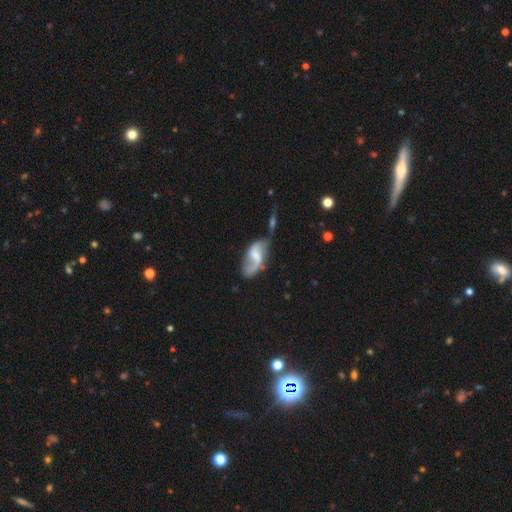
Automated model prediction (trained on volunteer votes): Overall: featured or disk (66%; smooth 27%). Edge-on disk: no (95%). Bar: weak (50%; no 30%). Spiral arms: yes (86%). Spiral arm count: 2 (75%). Spiral winding: loose (66%). Bulge size: small (33%; moderate 29%). Merging: none (33%; merger 25%).